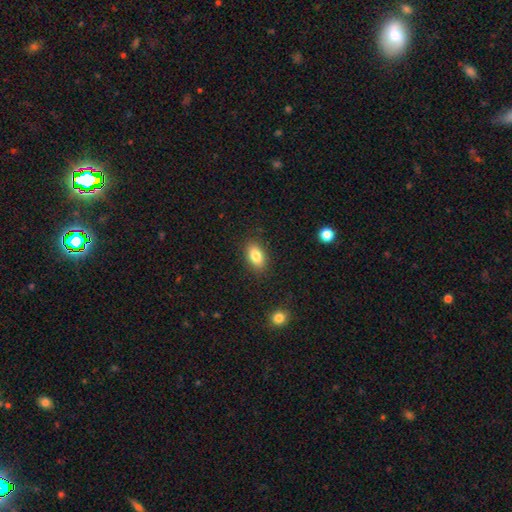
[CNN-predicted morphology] Q: Smooth or featured?
A: smooth (83%); runner-up: featured or disk (8%)
Q: How rounded?
A: in between (89%); runner-up: round (8%)
Q: Merging?
A: none (87%); runner-up: minor disturbance (9%)